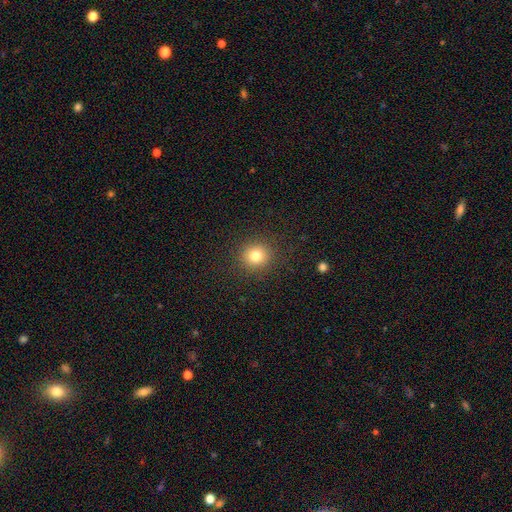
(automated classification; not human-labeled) Smooth or featured? Predicted: smooth (p=0.81). How rounded? Predicted: round (p=0.88). Merging? Predicted: none (p=0.90).